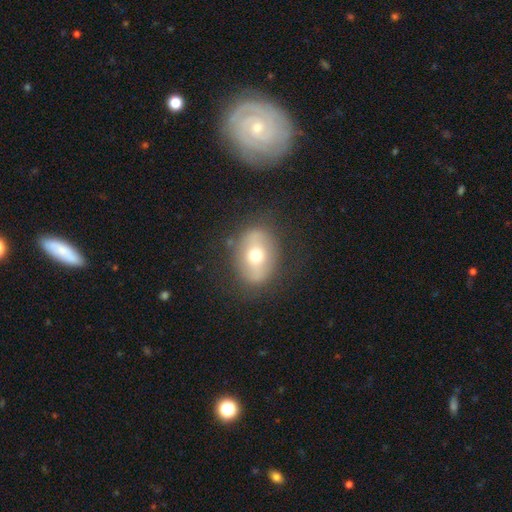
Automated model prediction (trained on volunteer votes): This is possibly a smooth galaxy (50%). Merging: likely none (80%).